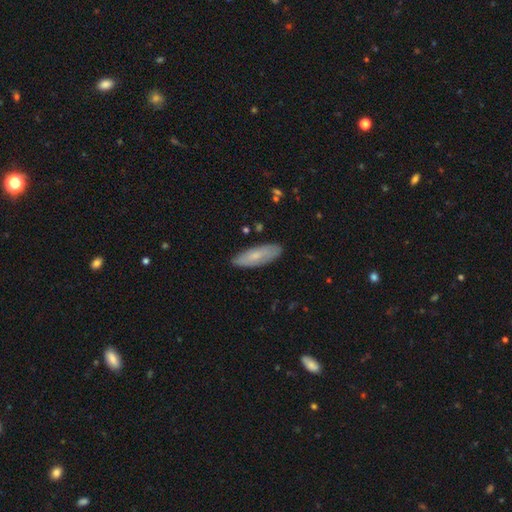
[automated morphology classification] type=smooth (67%); roundness=in between (61%); merging=none (84%).